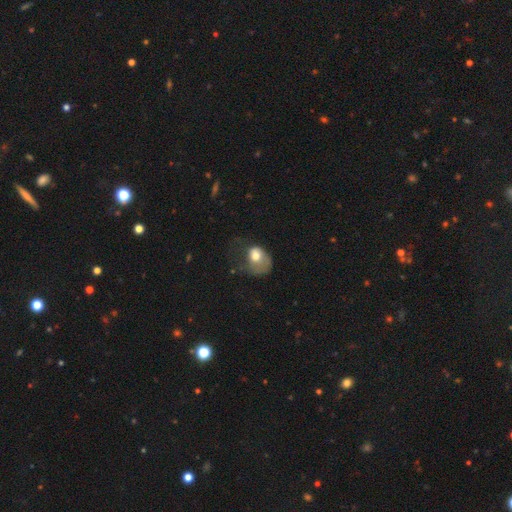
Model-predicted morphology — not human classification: The model was most divided on "how rounded": in between: 54%, round: 45%, cigar-shaped: 1%. More confident: smooth or featured — smooth (65%); merging — major disturbance (53%).